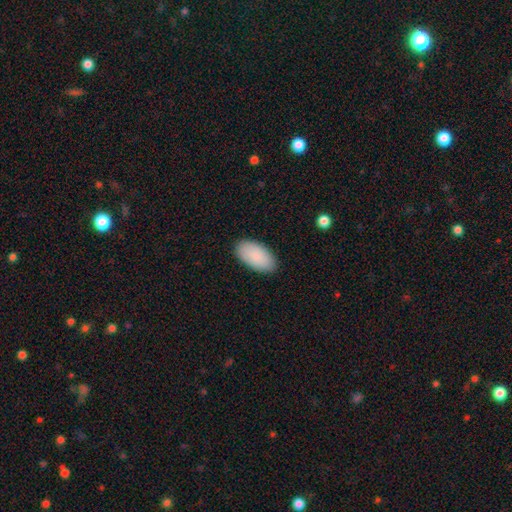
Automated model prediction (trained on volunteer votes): Overall: smooth (90%). How rounded: in between (96%). Merging: none (88%).